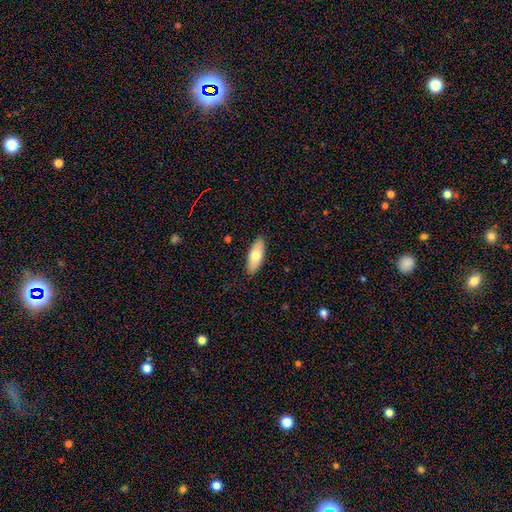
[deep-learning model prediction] Smooth or featured: smooth — 72% (featured or disk — 23%)
How rounded: in between — 73% (cigar-shaped — 25%)
Merging: none — 89% (minor disturbance — 8%)